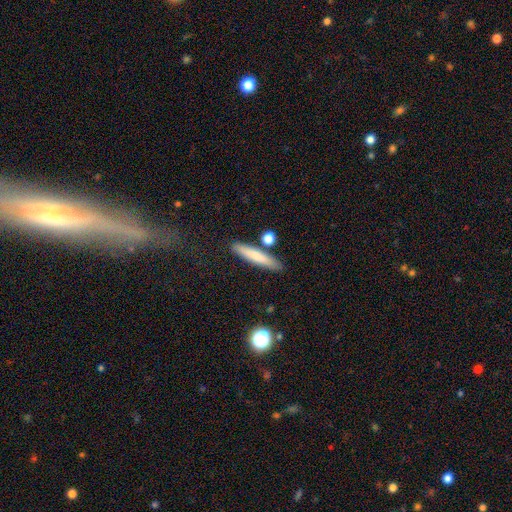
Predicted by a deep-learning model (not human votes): This appears to be a smooth galaxy with no disk features (72%) that is cigar-shaped (89%). Merging: none (82%).